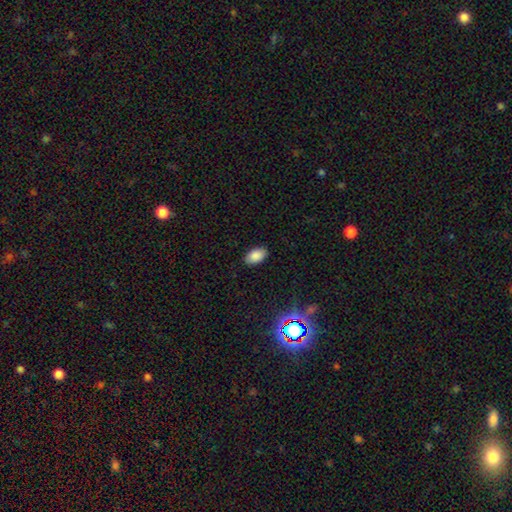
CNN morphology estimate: Overall: smooth (85%). How rounded: in between (93%). Merging: none (88%).